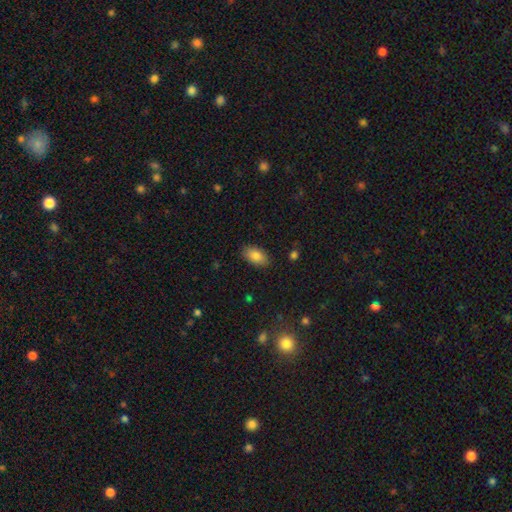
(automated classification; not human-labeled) Smooth or featured? smooth (84%)
How rounded? in between (93%)
Merging? none (86%)